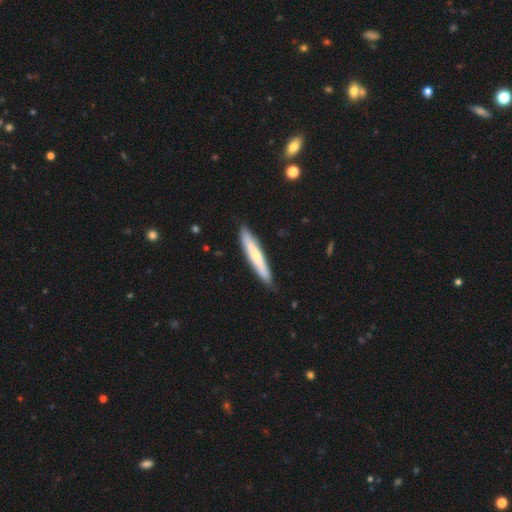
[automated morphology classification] Smooth or featured: smooth — 63% (featured or disk — 32%)
How rounded: cigar-shaped — 92% (in between — 7%)
Merging: none — 85% (minor disturbance — 12%)